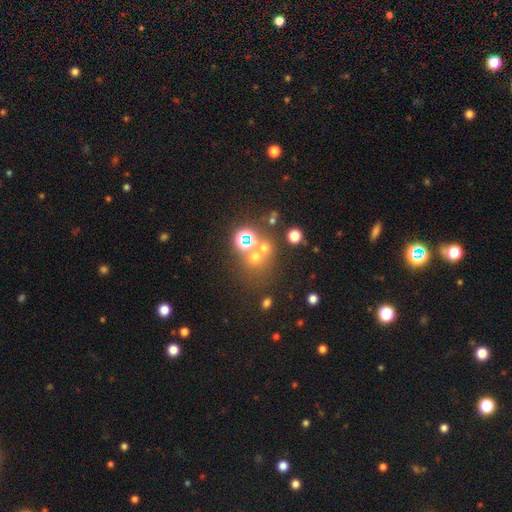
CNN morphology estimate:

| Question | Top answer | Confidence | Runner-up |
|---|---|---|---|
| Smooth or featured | smooth | 46% | star or artifact (39%) |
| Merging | none | 58% | merger (27%) |